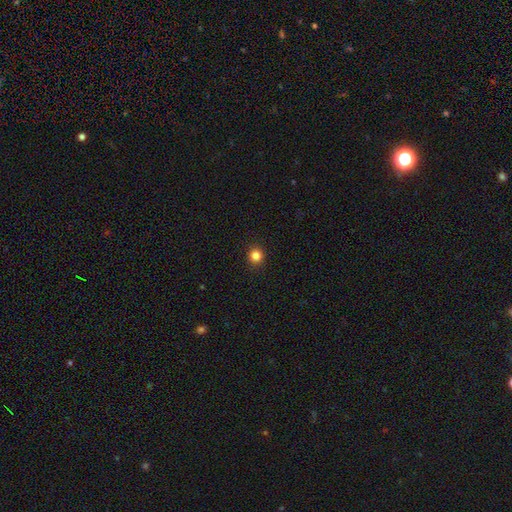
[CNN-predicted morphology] Smooth or featured: smooth — 84% (star or artifact — 12%)
How rounded: round — 91% (in between — 8%)
Merging: none — 92% (minor disturbance — 5%)